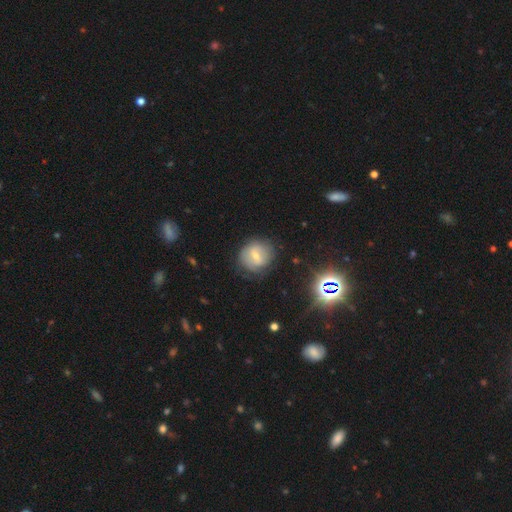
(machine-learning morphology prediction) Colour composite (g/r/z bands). It shows a smooth galaxy with no disk features (49%). Merging: none (75%).